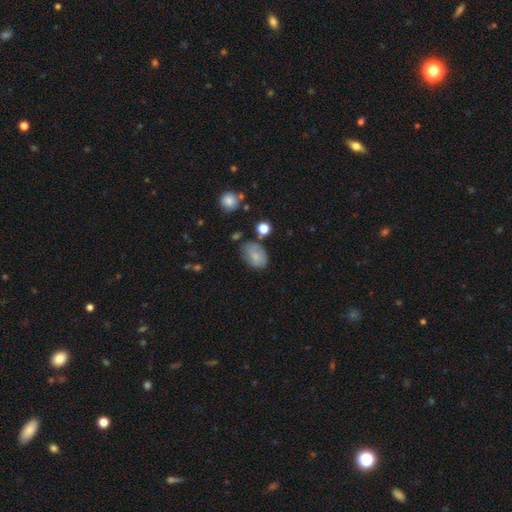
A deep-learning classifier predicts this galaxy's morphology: The model was most divided on "merging": none: 60%, minor disturbance: 27%, major disturbance: 8%, merger: 6%. More confident: how rounded — in between (79%); smooth or featured — smooth (76%).